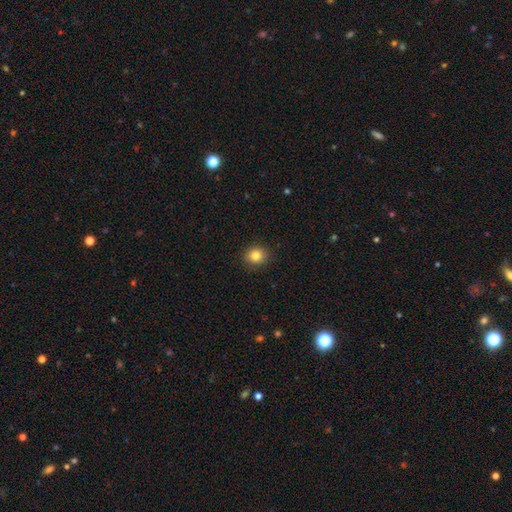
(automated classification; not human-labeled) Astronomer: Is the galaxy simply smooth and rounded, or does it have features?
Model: smooth — 82%.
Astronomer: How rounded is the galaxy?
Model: round — 77%.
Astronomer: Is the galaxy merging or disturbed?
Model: none — 89%.